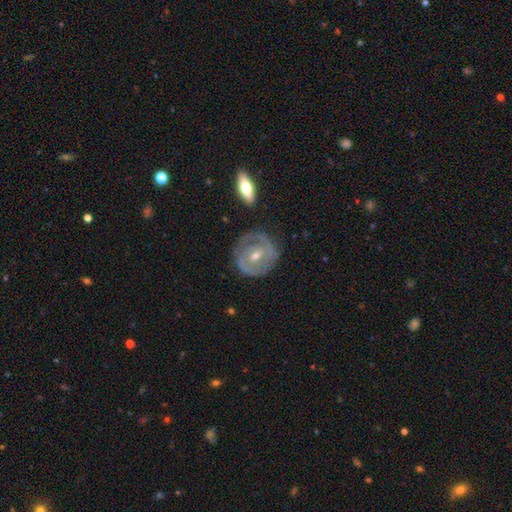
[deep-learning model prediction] This is likely a featured or disk galaxy (80%). It is clearly not viewed edge-on (96%). Bar: marginally no (44%). Spiral arm pattern: clearly yes (81%). Spiral arm count: likely 2 (64%). Spiral winding: likely tight (63%). Central bulge: possibly moderate (51%). Merging: likely none (76%).